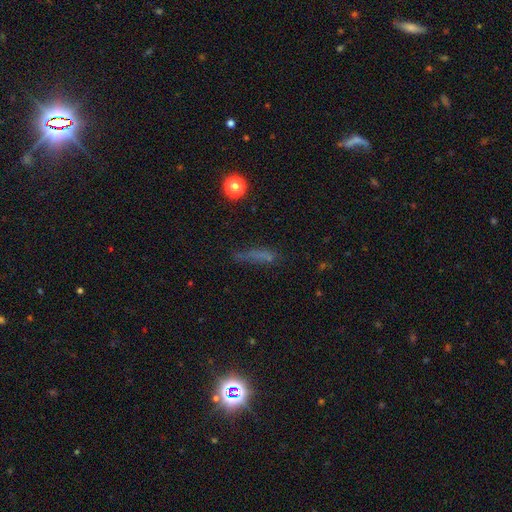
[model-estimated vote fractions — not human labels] Smooth or featured? smooth (43%)
Merging? none (69%)